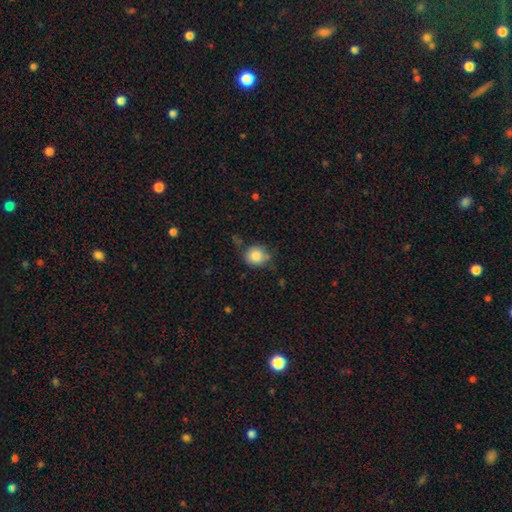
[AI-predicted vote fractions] A smooth galaxy with no disk features (84%) that is round (82%). Merging: none (70%).